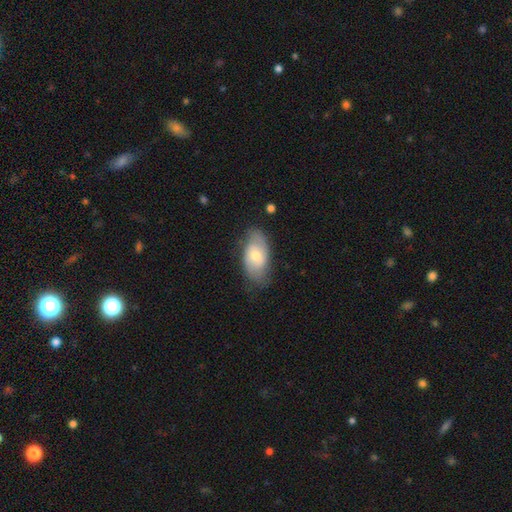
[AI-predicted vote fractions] A smooth galaxy with no disk features (54%) that is in between round and cigar-shaped (92%).

Vote fractions:
- Smooth or featured? smooth: 54% / featured or disk: 40% / star or artifact: 6%
- How rounded? in between: 92% / round: 5% / cigar-shaped: 3%
- Merging? none: 68% / minor disturbance: 24% / major disturbance: 7% / merger: 2%